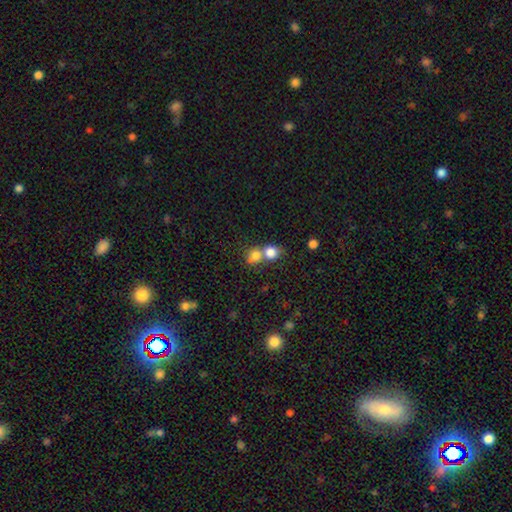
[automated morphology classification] smooth 80%, star or artifact 11%, featured or disk 9%. Down the decision tree: how rounded — round (71%); merging — merger (59%).